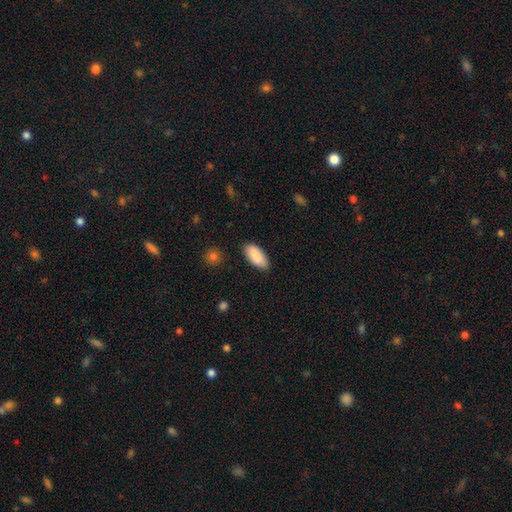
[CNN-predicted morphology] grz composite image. It shows a smooth galaxy with no disk features (89%) that is in between round and cigar-shaped (90%). Merging: none (83%).